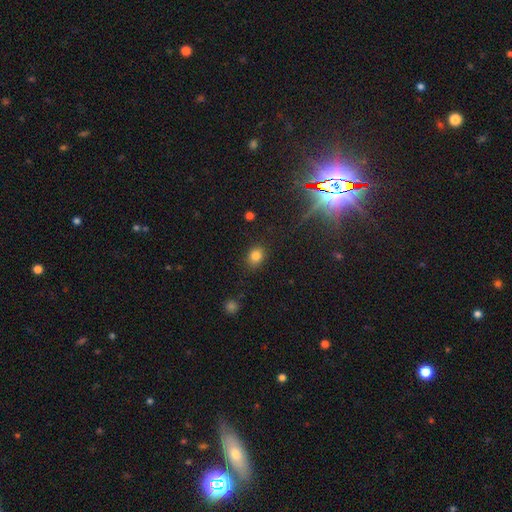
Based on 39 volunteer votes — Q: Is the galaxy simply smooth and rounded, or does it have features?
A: smooth — 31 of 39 (79%).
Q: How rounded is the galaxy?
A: round — 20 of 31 (65%).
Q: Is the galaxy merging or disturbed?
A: none — 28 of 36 (78%).